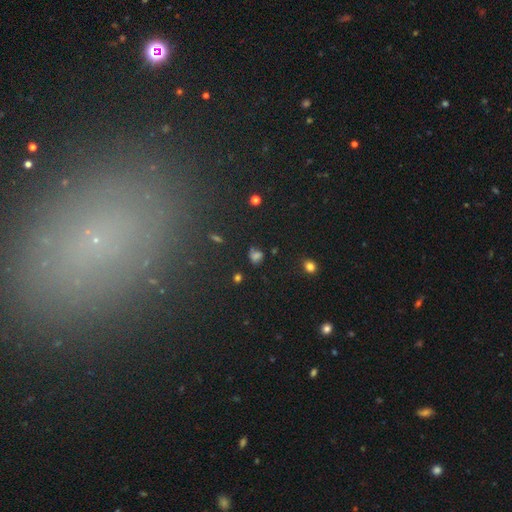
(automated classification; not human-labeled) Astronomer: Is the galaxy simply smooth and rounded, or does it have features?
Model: smooth — 59%.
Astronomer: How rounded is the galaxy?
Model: round — 54% (runner-up: in between, 43%).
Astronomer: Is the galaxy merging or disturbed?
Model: none — 68%.